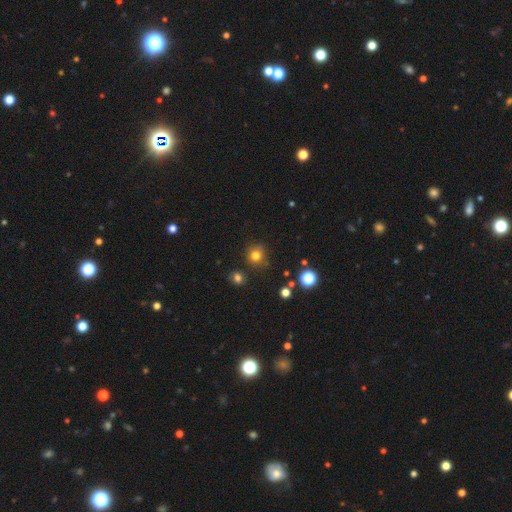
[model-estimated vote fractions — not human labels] smooth-or-featured: smooth: 78% | star or artifact: 16% | featured or disk: 6%
  how-rounded: round: 88% | in between: 11% | cigar-shaped: 1%
  merging: none: 81% | minor disturbance: 12% | merger: 4% | major disturbance: 3%